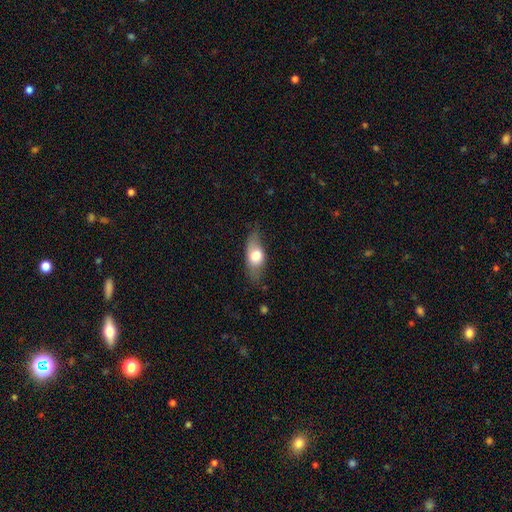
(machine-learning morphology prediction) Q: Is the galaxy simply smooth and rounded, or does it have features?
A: smooth — 63%.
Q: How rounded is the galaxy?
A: in between — 77%.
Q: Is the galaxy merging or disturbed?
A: none — 66%.